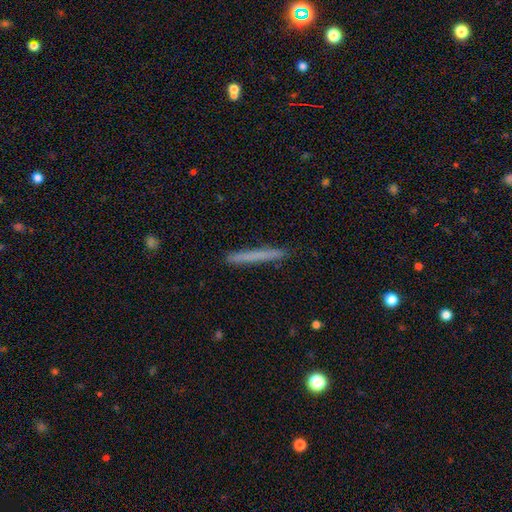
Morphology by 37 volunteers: Smooth or featured? 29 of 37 (78%) said smooth. How rounded? 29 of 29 (100%) said cigar-shaped. Merging? 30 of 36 (83%) said none.